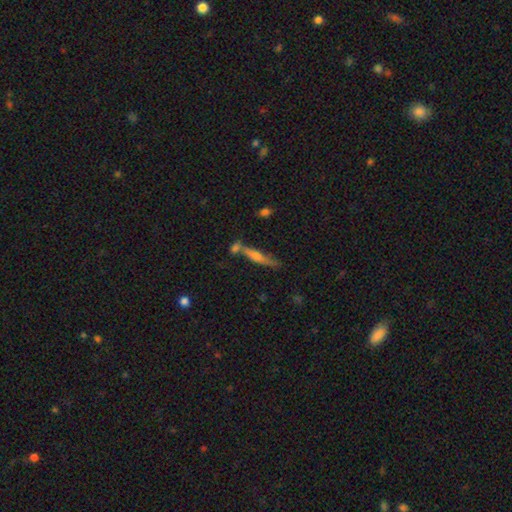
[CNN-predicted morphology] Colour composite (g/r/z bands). It shows a featured or disk galaxy (49%). Merging: none (62%).